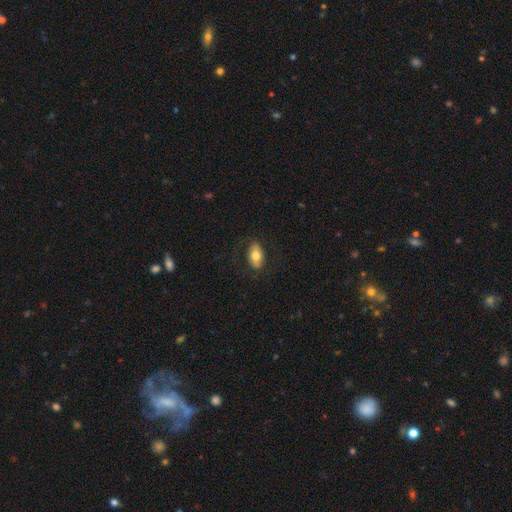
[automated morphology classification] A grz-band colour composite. It shows a smooth galaxy with no disk features (69%) that is in between round and cigar-shaped (91%). Merging: none (80%).